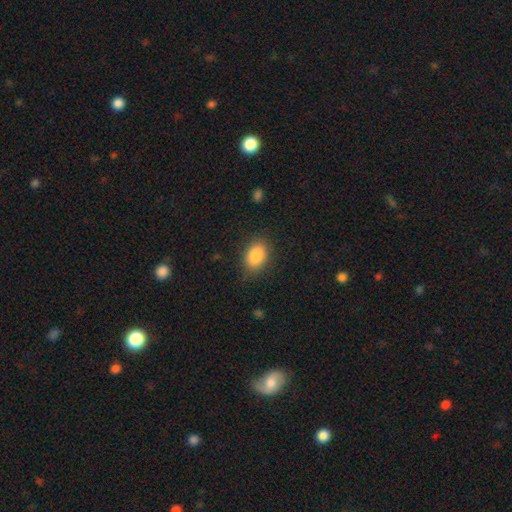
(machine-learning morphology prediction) A smooth galaxy with no disk features (86%) that is in between round and cigar-shaped (80%). Merging: none (82%).